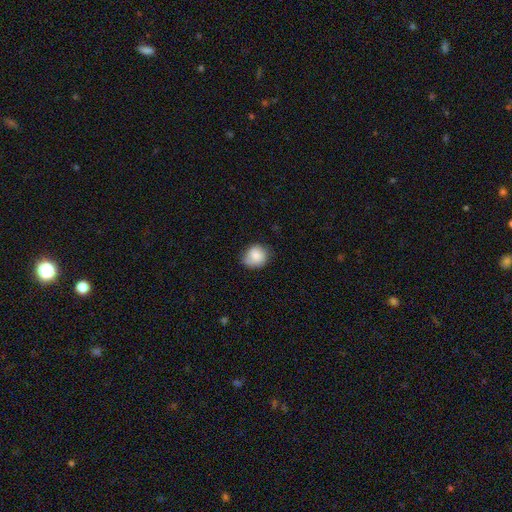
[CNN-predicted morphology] Q: Smooth or featured?
A: smooth (81%); runner-up: featured or disk (11%)
Q: How rounded?
A: round (73%); runner-up: in between (26%)
Q: Merging?
A: none (63%); runner-up: minor disturbance (29%)